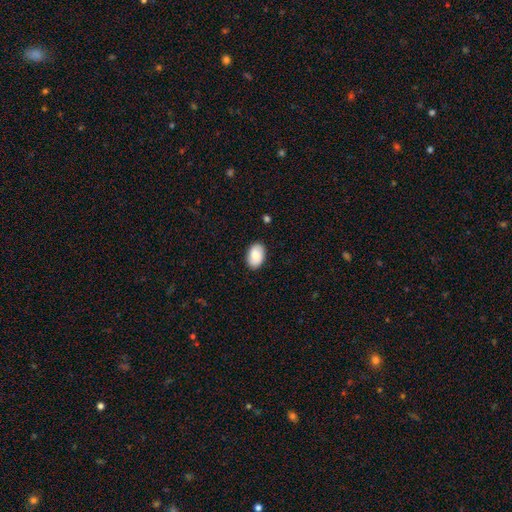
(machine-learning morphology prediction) Smooth or featured? Predicted: smooth (p=0.81). How rounded? Predicted: in between (p=0.89). Merging? Predicted: none (p=0.87).